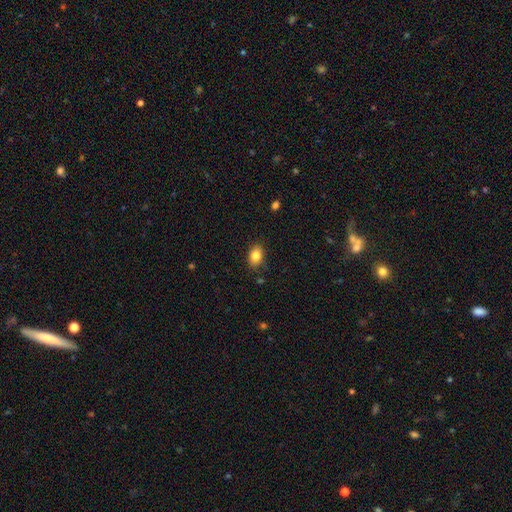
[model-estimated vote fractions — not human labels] smooth 84%, star or artifact 9%, featured or disk 7%. Down the decision tree: how rounded — in between (79%); merging — none (84%).